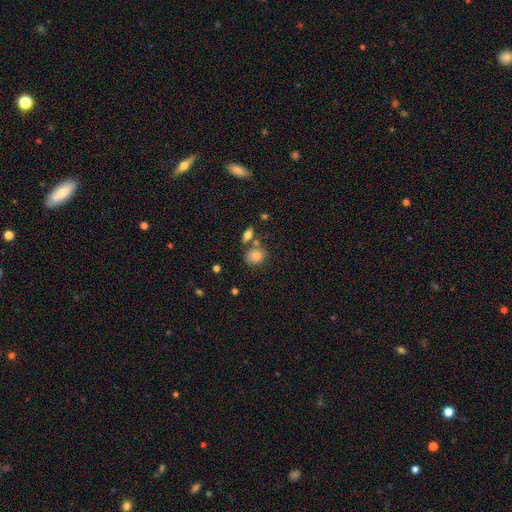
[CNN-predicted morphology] This is clearly a smooth galaxy (81%). How rounded: possibly round (54%). Merging: possibly none (58%).